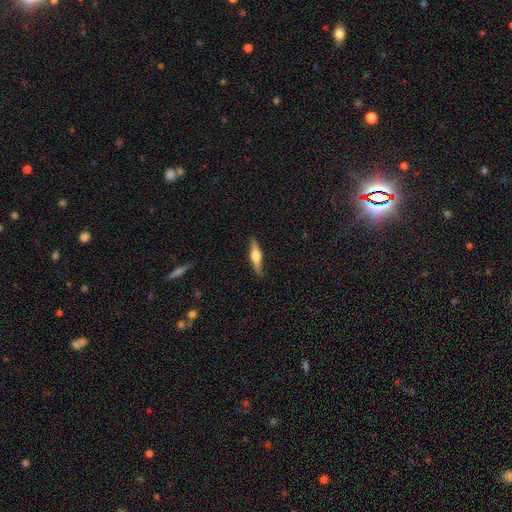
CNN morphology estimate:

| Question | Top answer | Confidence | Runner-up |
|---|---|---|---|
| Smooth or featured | featured or disk | 52% | smooth (42%) |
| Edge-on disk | yes | 95% | no (5%) |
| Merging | none | 86% | minor disturbance (11%) |